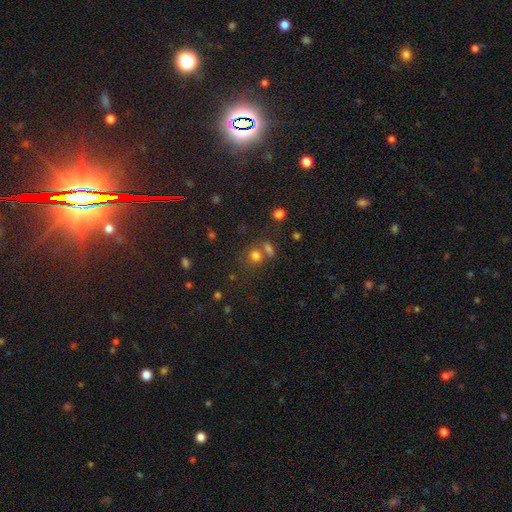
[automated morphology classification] smooth-or-featured: smooth: 74% | star or artifact: 18% | featured or disk: 8%
  how-rounded: round: 72% | in between: 27% | cigar-shaped: 1%
  merging: none: 53% | merger: 31% | minor disturbance: 10% | major disturbance: 5%